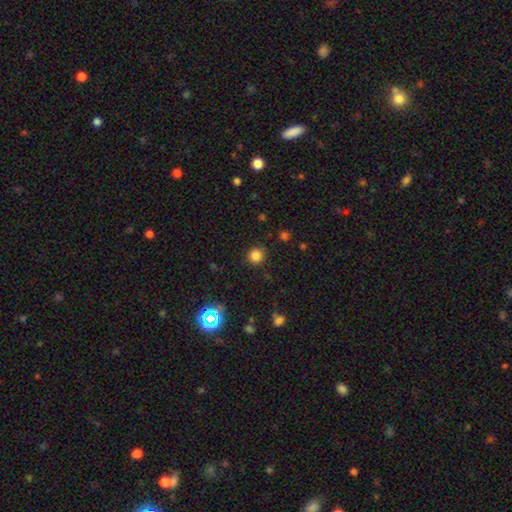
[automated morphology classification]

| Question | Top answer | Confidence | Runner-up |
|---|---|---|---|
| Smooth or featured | smooth | 82% | star or artifact (14%) |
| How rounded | round | 92% | in between (7%) |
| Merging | none | 88% | minor disturbance (8%) |